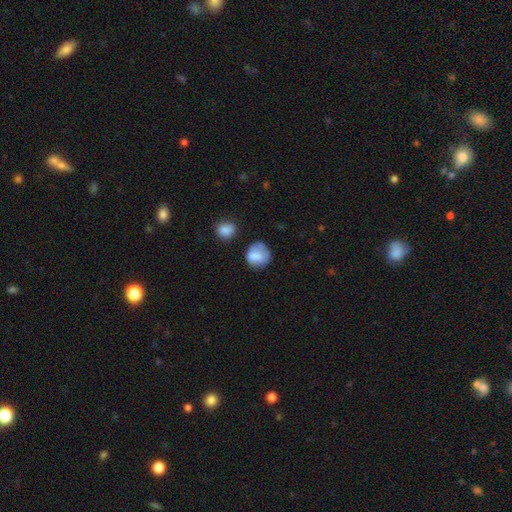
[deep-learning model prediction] smooth 76%, featured or disk 15%, star or artifact 9%. Down the decision tree: how rounded — round (76%); merging — none (55%).